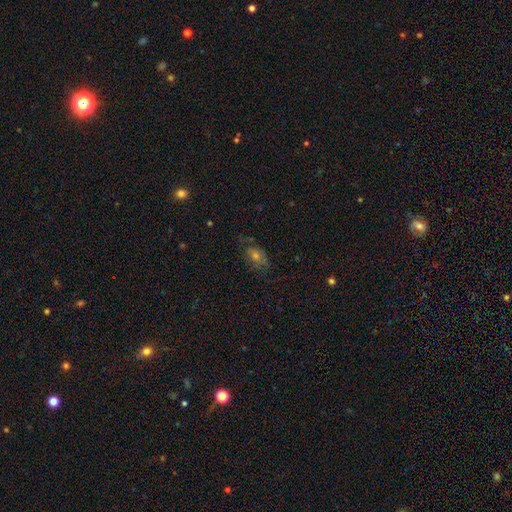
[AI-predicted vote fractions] Smooth or featured? Predicted: smooth (p=0.42). Merging? Predicted: none (p=0.65).